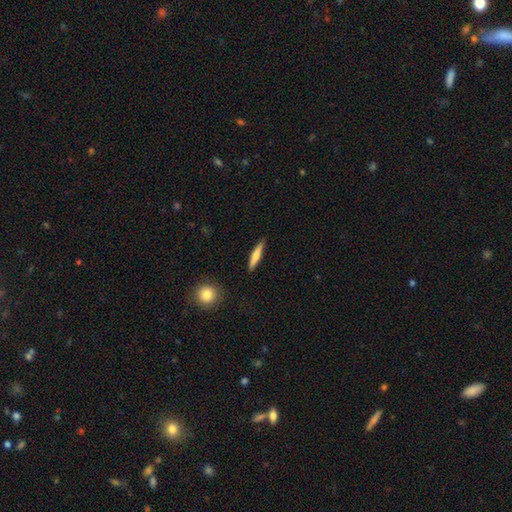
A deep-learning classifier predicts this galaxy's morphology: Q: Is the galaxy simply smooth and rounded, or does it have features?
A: smooth — 66%.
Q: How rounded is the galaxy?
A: cigar-shaped — 89%.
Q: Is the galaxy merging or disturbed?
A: none — 88%.